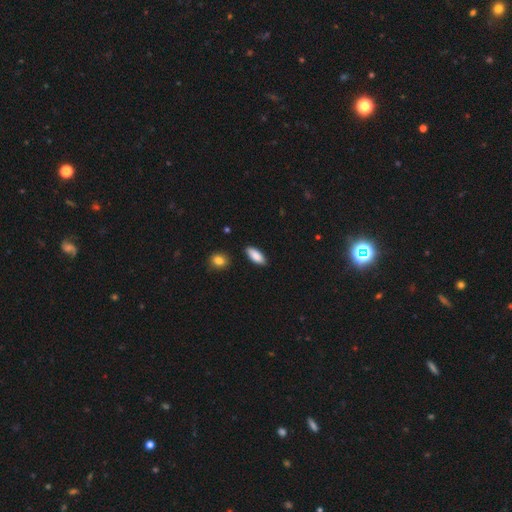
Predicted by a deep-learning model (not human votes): A smooth galaxy with no disk features (87%) that is in between round and cigar-shaped (77%). Merging: none (86%).